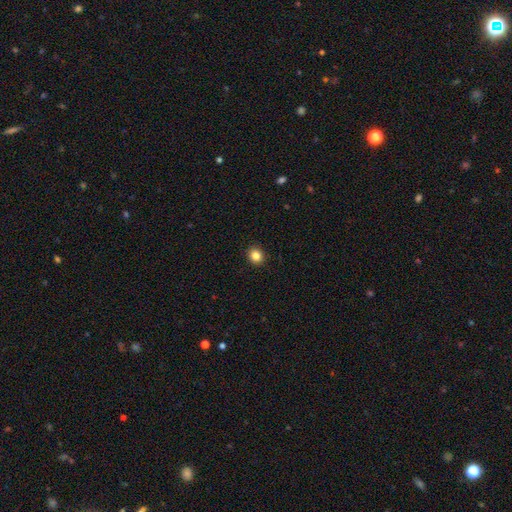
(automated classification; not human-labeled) The model was most divided on "how rounded": round: 80%, in between: 19%, cigar-shaped: 1%. More confident: merging — none (92%); smooth or featured — smooth (84%).